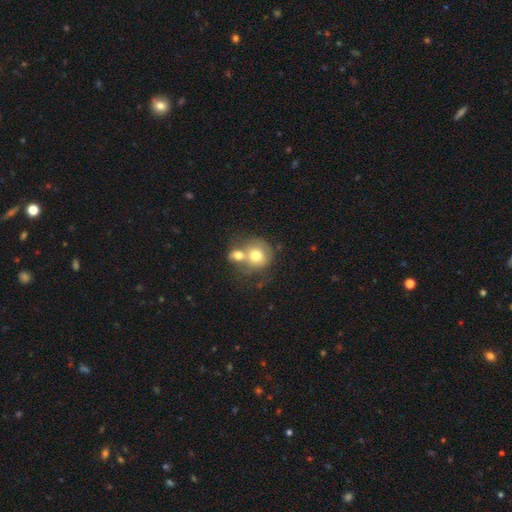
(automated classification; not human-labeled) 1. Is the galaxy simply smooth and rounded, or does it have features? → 70% smooth, 21% featured or disk, 9% star or artifact.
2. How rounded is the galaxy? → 80% round, 19% in between, 1% cigar-shaped.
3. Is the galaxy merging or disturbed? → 58% merger, 28% none, 9% minor disturbance, 6% major disturbance.